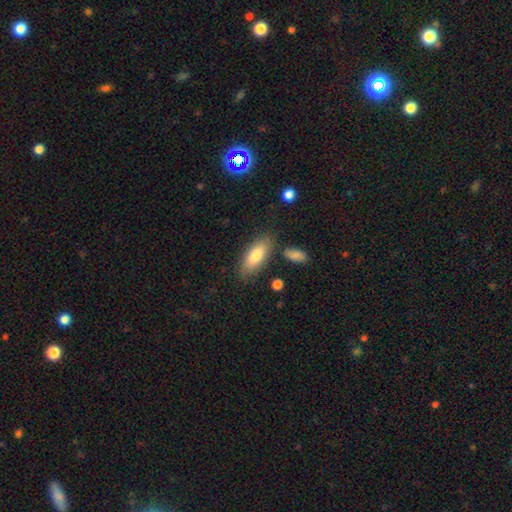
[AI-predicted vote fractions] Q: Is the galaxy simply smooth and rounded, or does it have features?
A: smooth — 77%.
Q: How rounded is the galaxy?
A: in between — 74%.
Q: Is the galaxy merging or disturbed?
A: none — 79%.